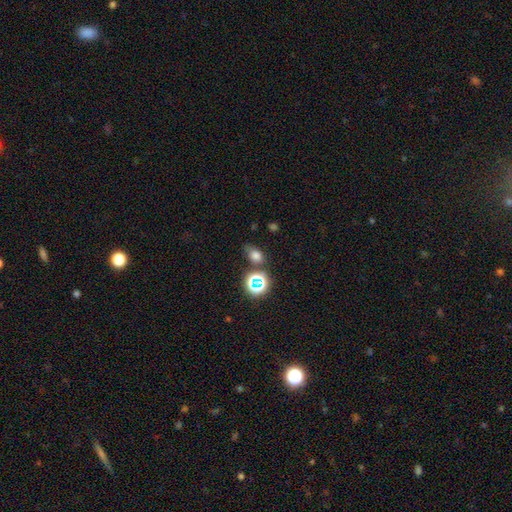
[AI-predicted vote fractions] Morphology: type=smooth (69%); roundness=in between (67%); merging=none (66%).